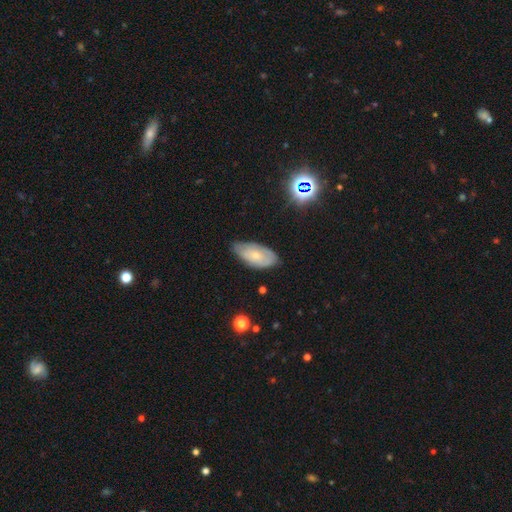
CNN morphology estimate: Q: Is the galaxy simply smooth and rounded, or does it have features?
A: smooth — 55%.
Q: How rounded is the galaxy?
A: in between — 92%.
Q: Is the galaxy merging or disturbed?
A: none — 63%.